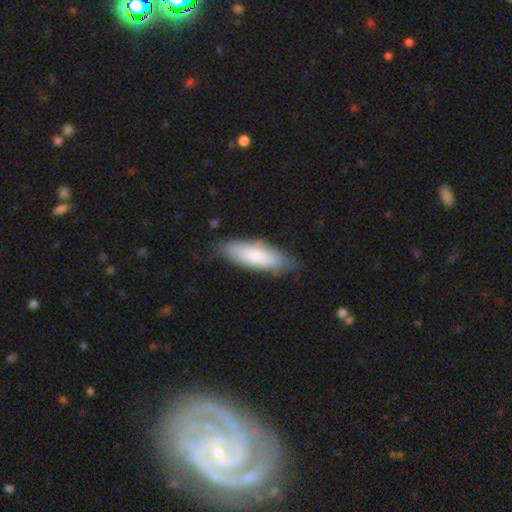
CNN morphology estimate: This appears to be a smooth galaxy with no disk features (77%) that is in between round and cigar-shaped (61%). Merging: none (76%).